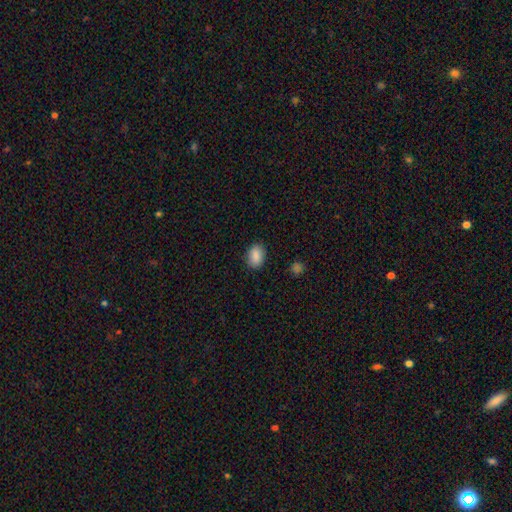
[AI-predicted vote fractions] A smooth galaxy with no disk features (88%) that is in between round and cigar-shaped (84%).

Vote fractions:
- Smooth or featured? smooth: 88% / star or artifact: 8% / featured or disk: 4%
- How rounded? in between: 84% / round: 15% / cigar-shaped: 1%
- Merging? none: 87% / minor disturbance: 10% / major disturbance: 2% / merger: 1%